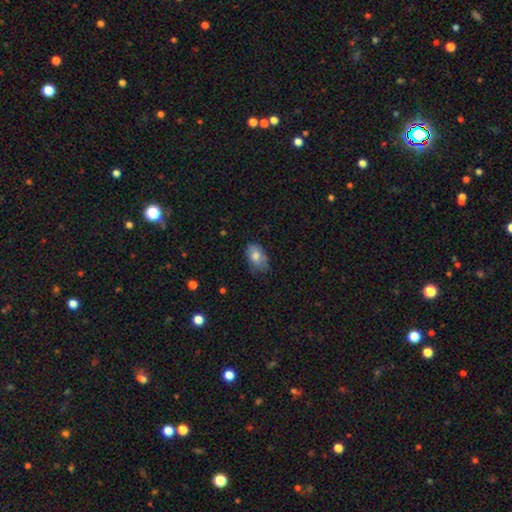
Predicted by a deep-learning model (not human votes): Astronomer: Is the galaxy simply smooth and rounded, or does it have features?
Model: smooth — 71%.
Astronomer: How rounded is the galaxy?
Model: in between — 89%.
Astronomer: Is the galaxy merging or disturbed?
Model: none — 57% (runner-up: minor disturbance, 32%).